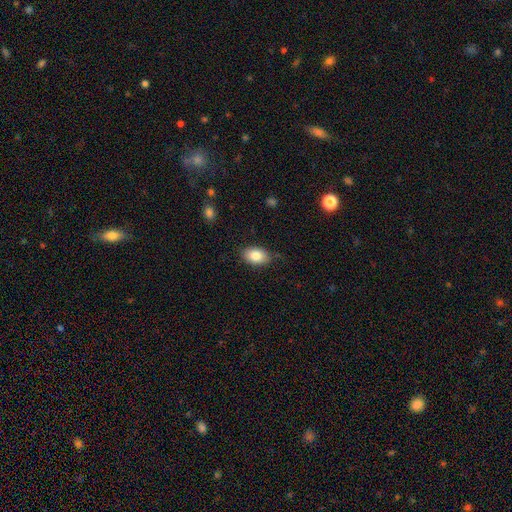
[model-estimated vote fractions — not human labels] Smooth or featured: smooth — 84% (featured or disk — 9%)
How rounded: in between — 90% (round — 8%)
Merging: none — 82% (minor disturbance — 14%)